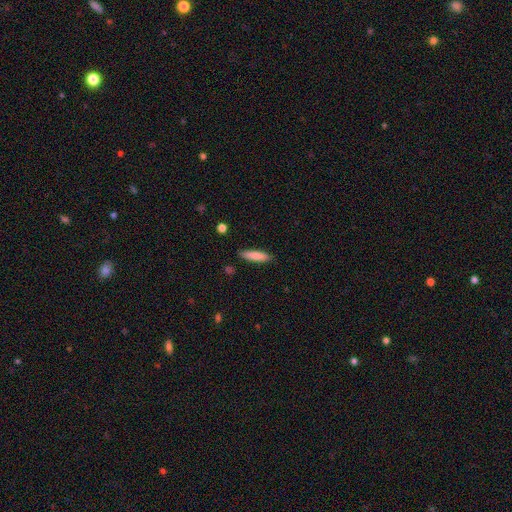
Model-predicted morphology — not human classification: A smooth galaxy with no disk features (83%) that is cigar-shaped (76%). Merging: none (87%).